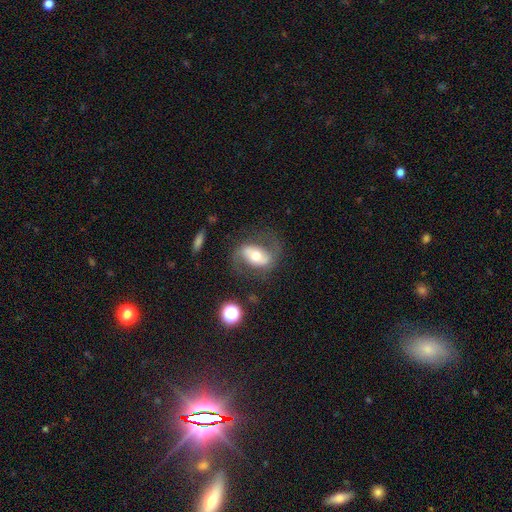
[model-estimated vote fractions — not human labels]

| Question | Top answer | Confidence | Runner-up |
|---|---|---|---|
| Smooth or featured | featured or disk | 66% | smooth (26%) |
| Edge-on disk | no | 94% | yes (6%) |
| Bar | strong | 37% | weak (33%) |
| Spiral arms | yes | 84% | no (16%) |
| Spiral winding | medium | 45% | loose (40%) |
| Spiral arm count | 2 | 87% | can't tell (7%) |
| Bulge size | moderate | 64% | small (17%) |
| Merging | none | 67% | minor disturbance (17%) |